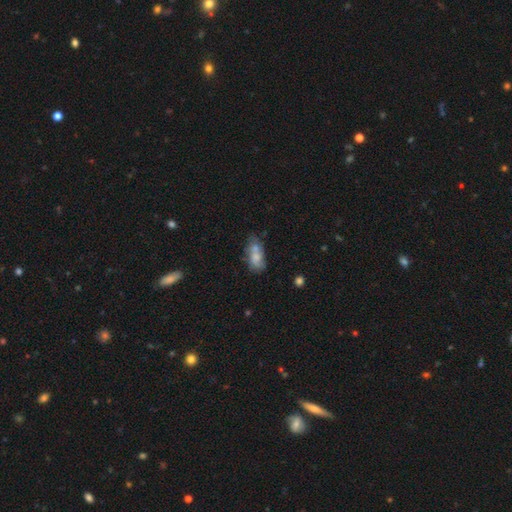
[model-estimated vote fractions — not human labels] Overall: smooth (62%; featured or disk 29%). How rounded: in between (86%). Merging: merger (35%, tied with none).